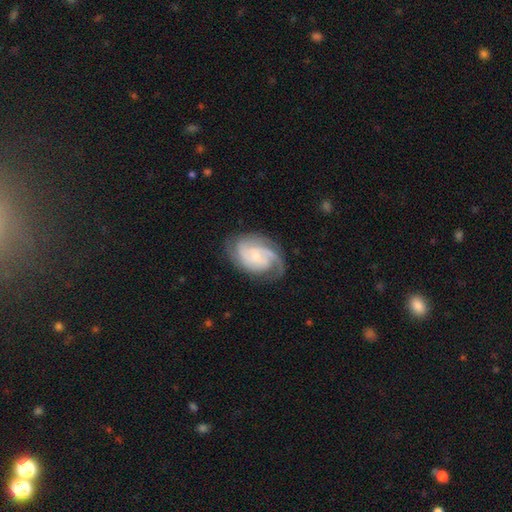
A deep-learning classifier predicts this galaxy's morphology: Smooth or featured?
  - featured or disk: 84% *
  - smooth: 11%
  - star or artifact: 5%
Edge-on disk?
  - no: 97% *
  - yes: 3%
Bar?
  - no: 65% *
  - weak: 30%
  - strong: 5%
Spiral arms?
  - yes: 97% *
  - no: 3%
Spiral winding?
  - tight: 47% *
  - medium: 41%
  - loose: 13%
Spiral arm count?
  - 2: 34% *
  - 3: 31%
  - can't tell: 18%
  - 1: 8%
  - 4: 5%
  - more than 4: 4%
Bulge size?
  - small: 66% *
  - moderate: 29%
  - none: 3%
  - large: 2%
  - dominant: 1%
Merging?
  - none: 71% *
  - minor disturbance: 19%
  - major disturbance: 9%
  - merger: 1%